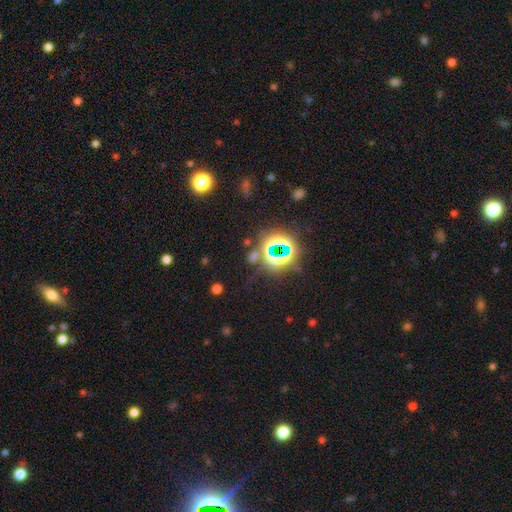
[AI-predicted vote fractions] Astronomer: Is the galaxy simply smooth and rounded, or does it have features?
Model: star or artifact — 72%.